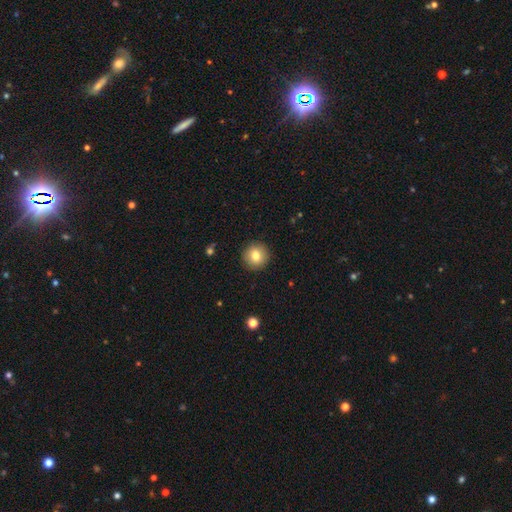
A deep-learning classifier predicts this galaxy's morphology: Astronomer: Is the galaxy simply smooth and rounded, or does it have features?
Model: smooth — 81%.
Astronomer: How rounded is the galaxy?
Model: round — 94%.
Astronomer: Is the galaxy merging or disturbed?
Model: none — 92%.